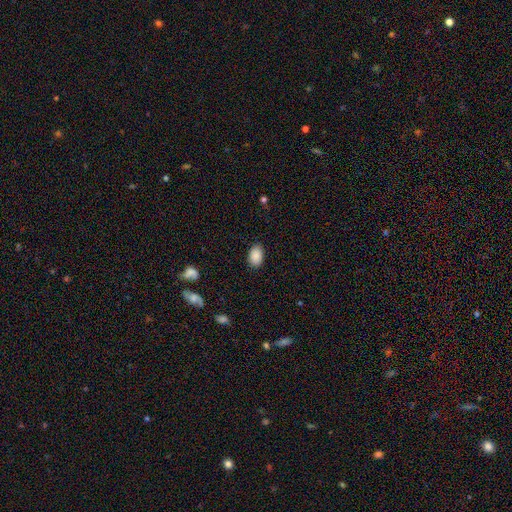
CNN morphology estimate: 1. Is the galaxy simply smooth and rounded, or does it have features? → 88% smooth, 8% star or artifact, 4% featured or disk.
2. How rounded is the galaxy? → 89% in between, 10% round, 1% cigar-shaped.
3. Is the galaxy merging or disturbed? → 86% none, 10% minor disturbance, 3% major disturbance, 1% merger.